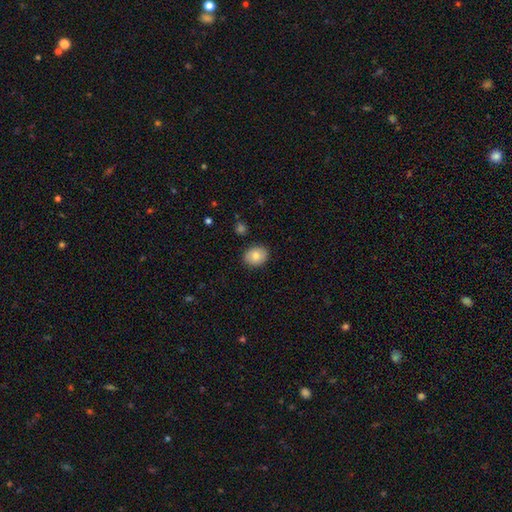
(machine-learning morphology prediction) The model was most divided on "how rounded": round: 51%, in between: 48%, cigar-shaped: 1%. More confident: merging — none (88%); smooth or featured — smooth (79%).